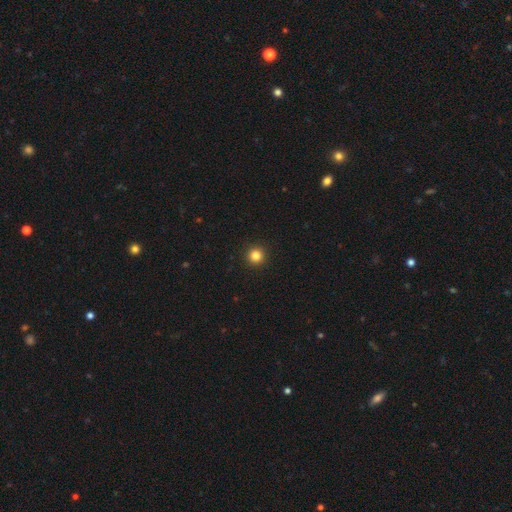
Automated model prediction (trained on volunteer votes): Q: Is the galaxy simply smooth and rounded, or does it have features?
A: smooth — 84%.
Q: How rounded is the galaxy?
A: round — 96%.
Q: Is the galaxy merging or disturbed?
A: none — 94%.